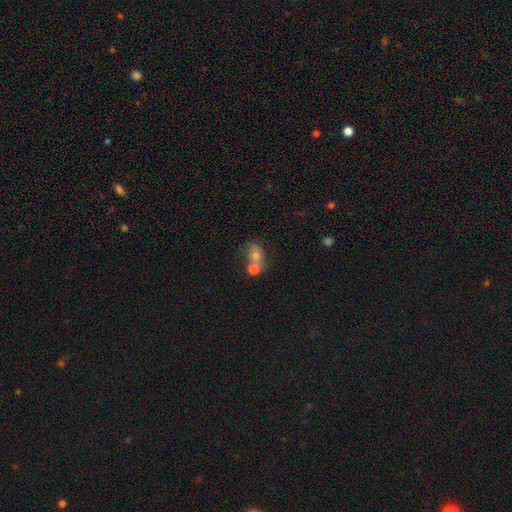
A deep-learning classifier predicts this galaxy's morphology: type=smooth (66%); roundness=round (52%); merging=merger (55%).